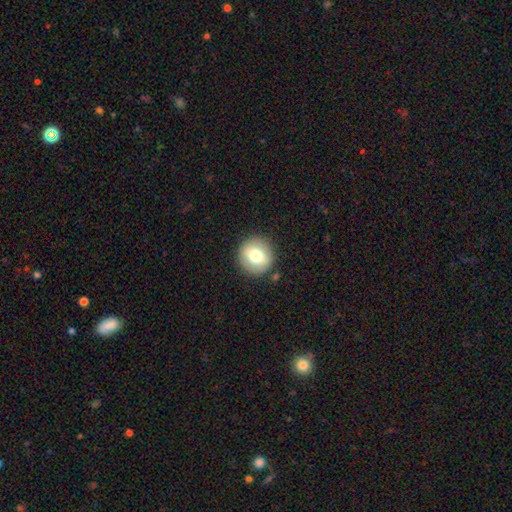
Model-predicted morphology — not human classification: Smooth or featured?
  - smooth: 75% *
  - featured or disk: 17%
  - star or artifact: 8%
How rounded?
  - round: 94% *
  - in between: 5%
  - cigar-shaped: 1%
Merging?
  - none: 88% *
  - minor disturbance: 7%
  - major disturbance: 2%
  - merger: 2%